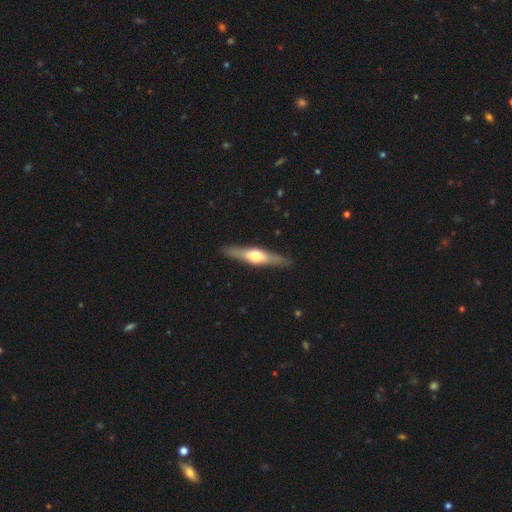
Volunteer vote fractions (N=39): This is possibly a featured or disk galaxy (54%). It is clearly viewed edge-on (90%). Edge-on bulge: clearly rounded (95%). Merging: clearly none (95%).